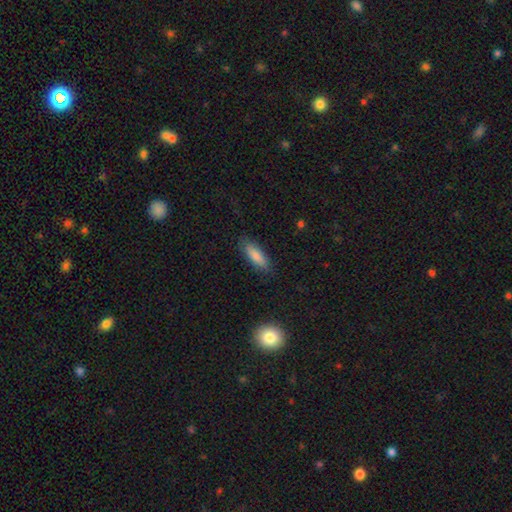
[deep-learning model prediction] Smooth or featured? Predicted: smooth (p=0.83). How rounded? Predicted: in between (p=0.54). Merging? Predicted: none (p=0.85).